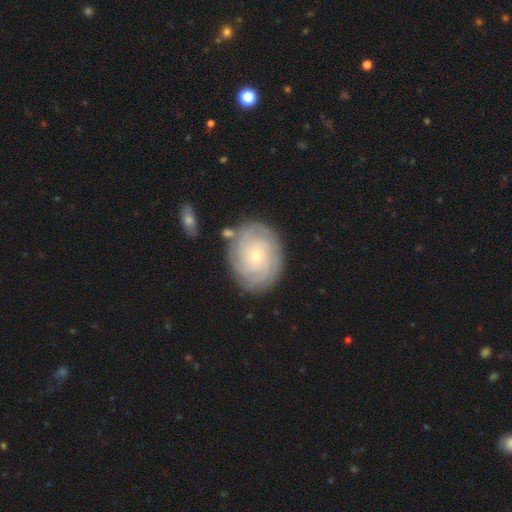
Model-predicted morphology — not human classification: This appears to be a featured or disk galaxy (79%) with no bar (82%), tight (82%) spiral arms (95%) and a small central bulge (75%). Merging: none (81%).